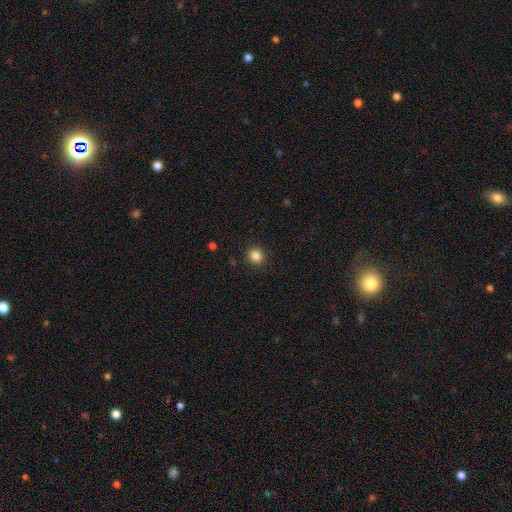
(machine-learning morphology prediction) Overall: smooth (85%). How rounded: round (89%). Merging: none (91%).